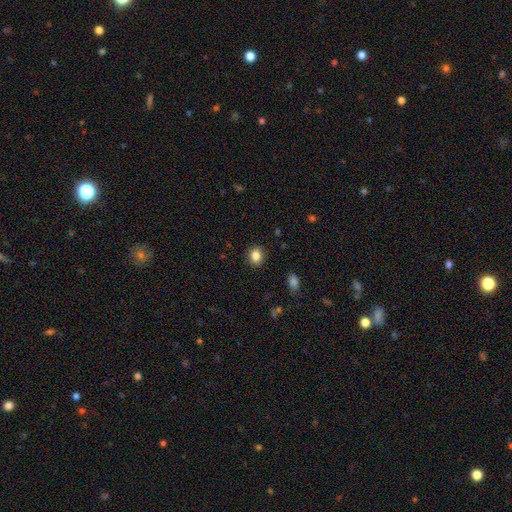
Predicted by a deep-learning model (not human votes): smooth_or_featured: smooth (p=0.84) [alt: star or artifact p=0.10]
how_rounded: round (p=0.71) [alt: in between p=0.28]
merging: none (p=0.90) [alt: minor disturbance p=0.07]